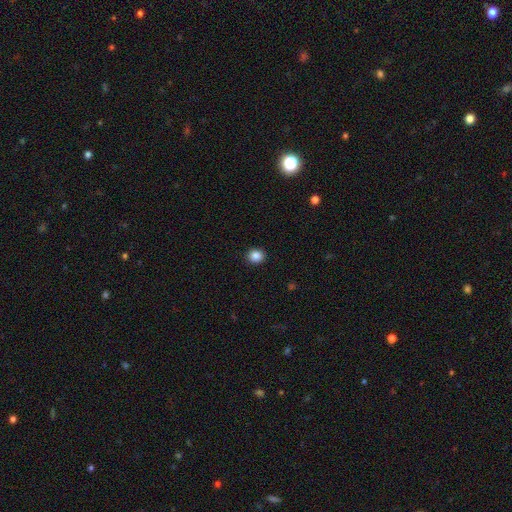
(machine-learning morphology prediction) Q: Smooth or featured?
A: smooth (87%); runner-up: star or artifact (10%)
Q: How rounded?
A: round (83%); runner-up: in between (16%)
Q: Merging?
A: none (92%); runner-up: minor disturbance (5%)